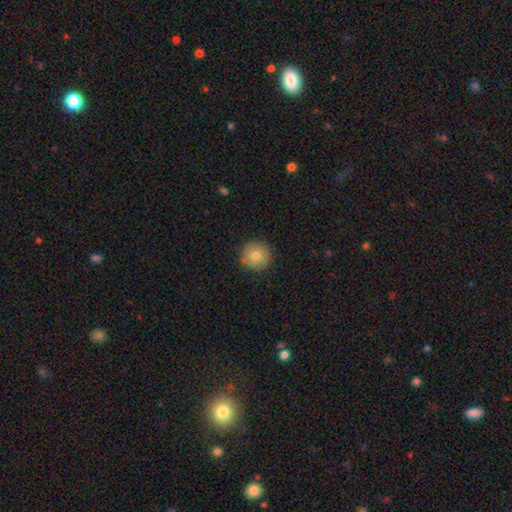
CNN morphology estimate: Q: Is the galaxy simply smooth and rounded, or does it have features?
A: smooth — 77%.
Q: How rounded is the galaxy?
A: round — 95%.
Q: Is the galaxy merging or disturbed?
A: none — 89%.